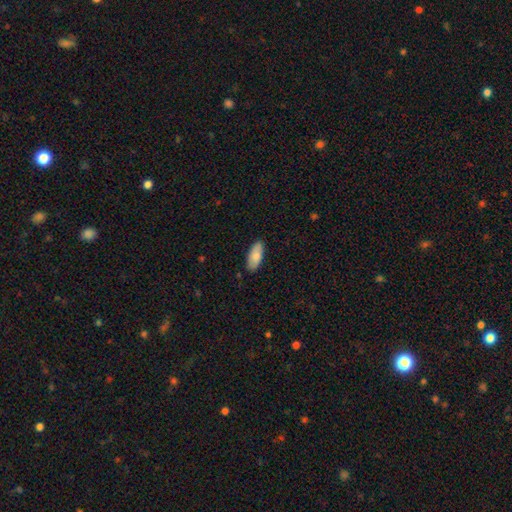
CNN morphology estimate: Smooth or featured: smooth — 84% (featured or disk — 10%)
How rounded: in between — 84% (cigar-shaped — 15%)
Merging: none — 86% (minor disturbance — 11%)